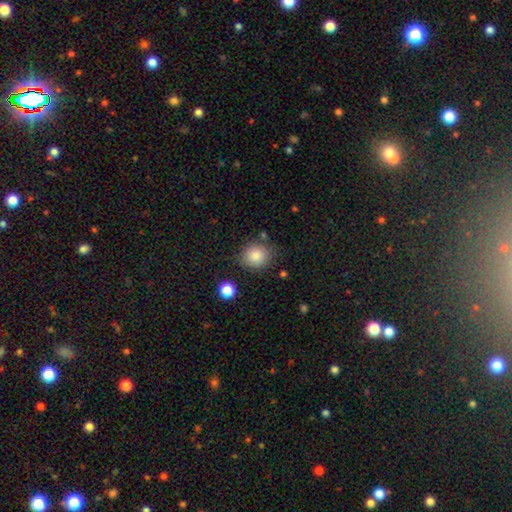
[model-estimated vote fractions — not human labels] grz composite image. It shows a smooth galaxy with no disk features (86%) that is round (79%). Merging: none (80%).